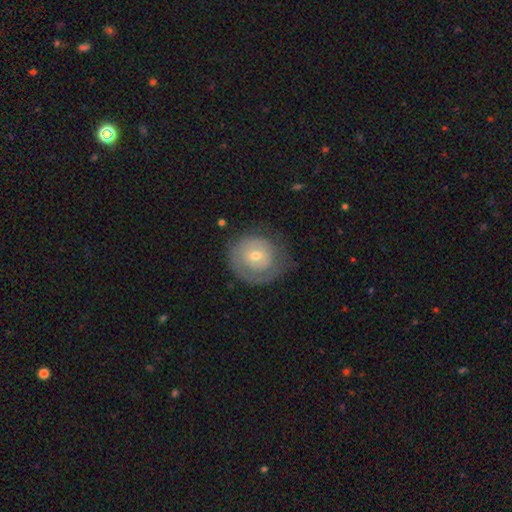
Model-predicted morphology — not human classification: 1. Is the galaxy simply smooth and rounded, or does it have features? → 51% featured or disk, 43% smooth, 7% star or artifact.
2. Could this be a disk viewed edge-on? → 96% no, 4% yes.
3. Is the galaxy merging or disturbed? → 59% none, 24% minor disturbance, 16% major disturbance, 2% merger.